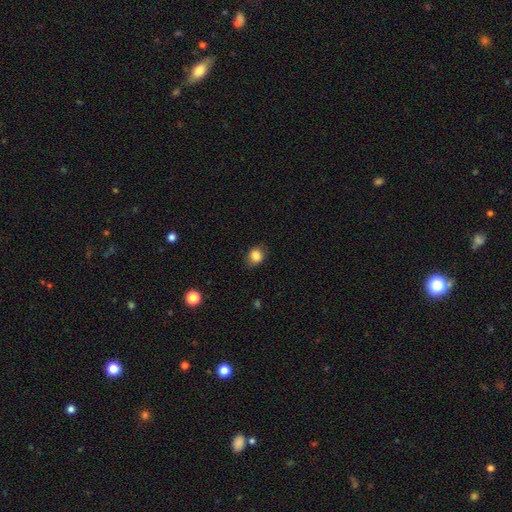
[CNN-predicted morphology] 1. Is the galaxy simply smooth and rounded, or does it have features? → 85% smooth, 10% star or artifact, 5% featured or disk.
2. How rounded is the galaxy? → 60% round, 39% in between, 1% cigar-shaped.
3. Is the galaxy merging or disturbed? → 79% none, 17% minor disturbance, 4% major disturbance, 1% merger.